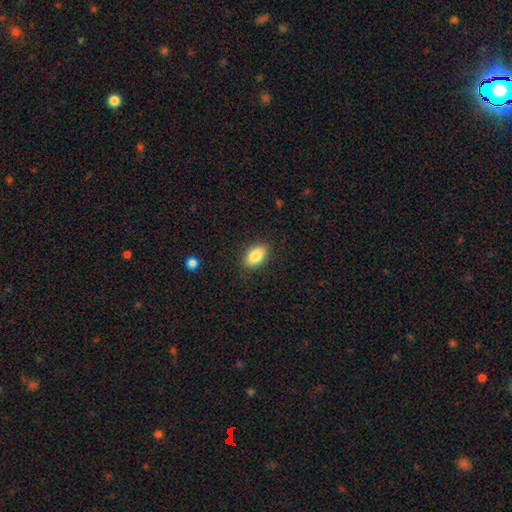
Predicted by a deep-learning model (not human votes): Smooth or featured?
  - smooth: 85% *
  - featured or disk: 8%
  - star or artifact: 8%
How rounded?
  - in between: 90% *
  - round: 8%
  - cigar-shaped: 2%
Merging?
  - none: 87% *
  - minor disturbance: 9%
  - major disturbance: 2%
  - merger: 1%